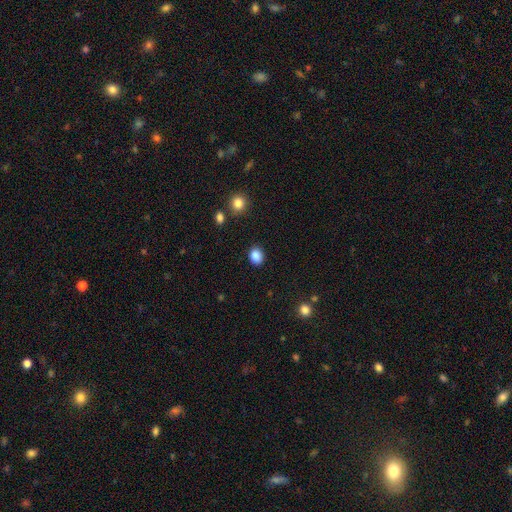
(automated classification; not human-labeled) This is clearly a smooth galaxy (87%). How rounded: possibly round (55%). Merging: clearly none (88%).